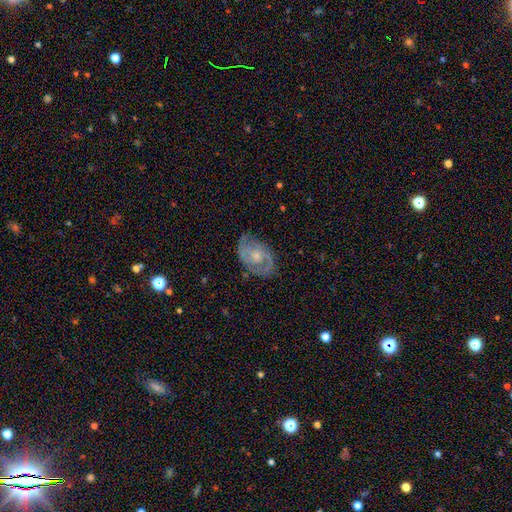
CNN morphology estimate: Smooth or featured? featured or disk (79%)
Edge-on disk? no (97%)
Bar? no (61%)
Spiral arms? yes (91%)
Spiral winding? medium (49%)
Spiral arm count? 2 (79%)
Bulge size? moderate (49%)
Merging? none (73%)